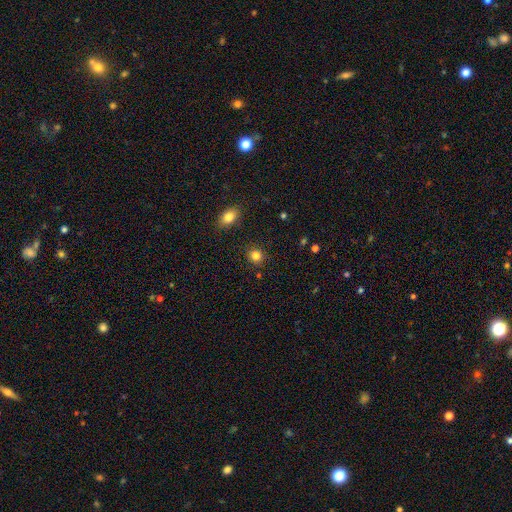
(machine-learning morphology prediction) smooth-or-featured: smooth: 83% | star or artifact: 12% | featured or disk: 5%
  how-rounded: round: 81% | in between: 18% | cigar-shaped: 1%
  merging: none: 88% | minor disturbance: 7% | major disturbance: 2% | merger: 2%